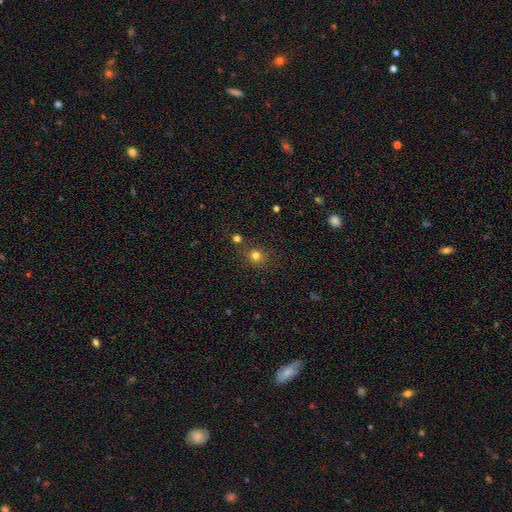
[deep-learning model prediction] Smooth or featured? Predicted: smooth (p=0.77). How rounded? Predicted: round (p=0.85). Merging? Predicted: none (p=0.80).